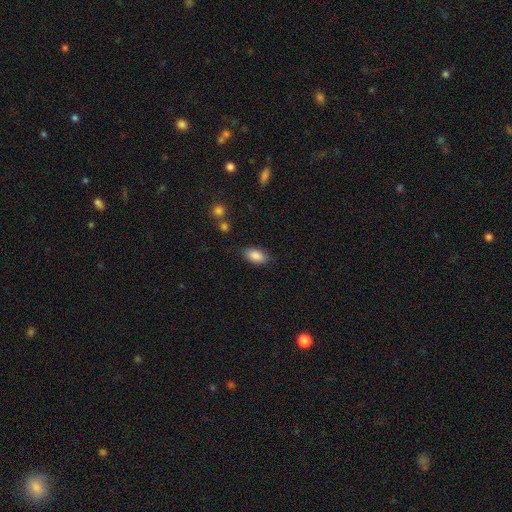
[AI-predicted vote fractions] Smooth or featured? Predicted: smooth (p=0.88). How rounded? Predicted: in between (p=0.92). Merging? Predicted: none (p=0.81).